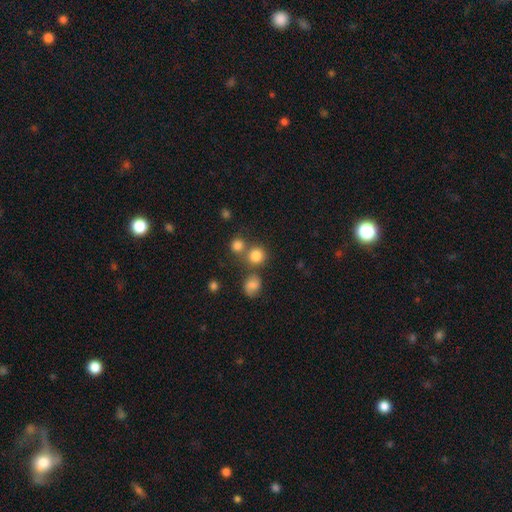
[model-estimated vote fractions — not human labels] The model was most divided on "merging": none: 64%, merger: 25%, minor disturbance: 8%, major disturbance: 4%. More confident: how rounded — round (89%); smooth or featured — smooth (81%).